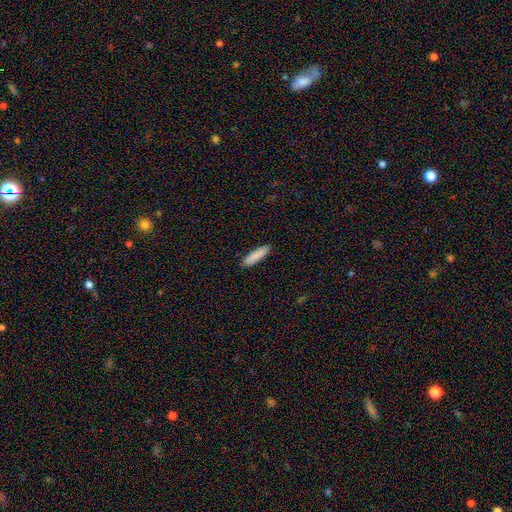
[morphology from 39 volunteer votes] smooth 92%, star or artifact 5%, featured or disk 3%. Down the decision tree: how rounded — cigar-shaped (78%); merging — none (97%).